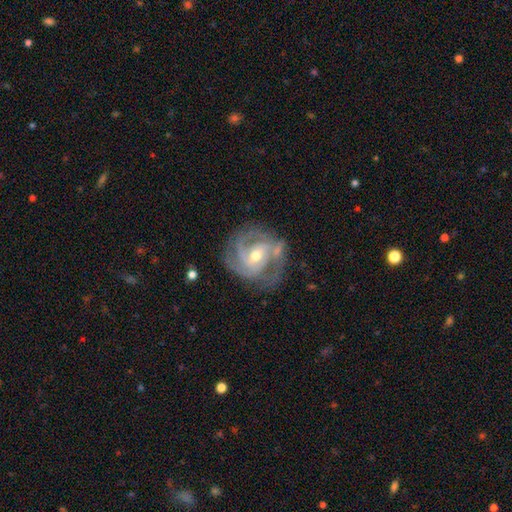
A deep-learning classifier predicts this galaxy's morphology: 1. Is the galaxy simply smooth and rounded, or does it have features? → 90% featured or disk, 5% star or artifact, 5% smooth.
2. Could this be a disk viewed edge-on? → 98% no, 2% yes.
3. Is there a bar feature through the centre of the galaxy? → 44% weak, 38% no, 18% strong.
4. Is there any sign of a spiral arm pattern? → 97% yes, 3% no.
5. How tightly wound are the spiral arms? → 56% tight, 38% medium, 6% loose.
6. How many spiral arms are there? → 44% 3, 27% 2, 13% can't tell, 8% 4, 4% 1, 4% more than 4.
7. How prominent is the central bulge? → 57% moderate, 39% small, 2% large, 1% none, 1% dominant.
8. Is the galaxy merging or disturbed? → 68% none, 19% minor disturbance, 9% major disturbance, 4% merger.